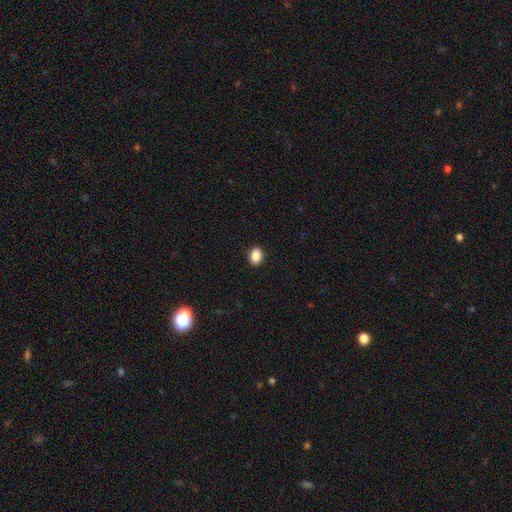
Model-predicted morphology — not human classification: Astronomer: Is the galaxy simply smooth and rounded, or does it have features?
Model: smooth — 88%.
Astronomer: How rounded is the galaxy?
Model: in between — 68%.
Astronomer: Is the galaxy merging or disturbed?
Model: none — 92%.